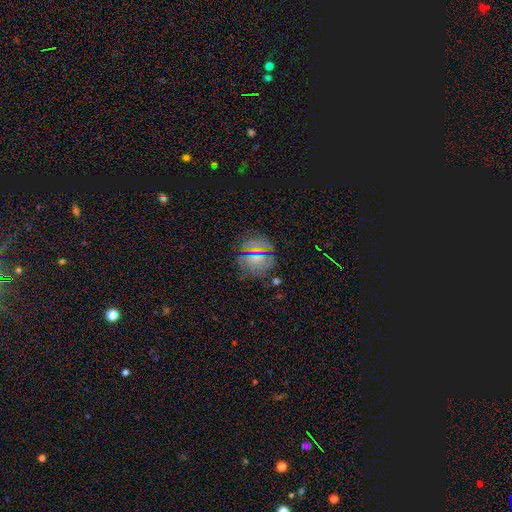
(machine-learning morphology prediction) Smooth or featured: smooth — 52% (star or artifact — 31%)
How rounded: round — 85% (in between — 13%)
Merging: none — 79% (minor disturbance — 13%)